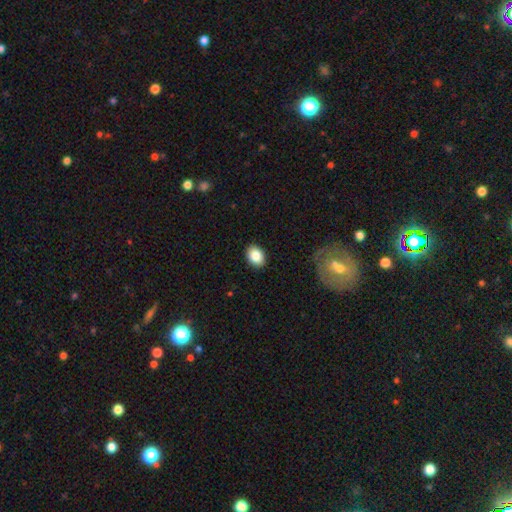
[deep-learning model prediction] A smooth galaxy with no disk features (85%) that is in between round and cigar-shaped (71%). Merging: none (89%).